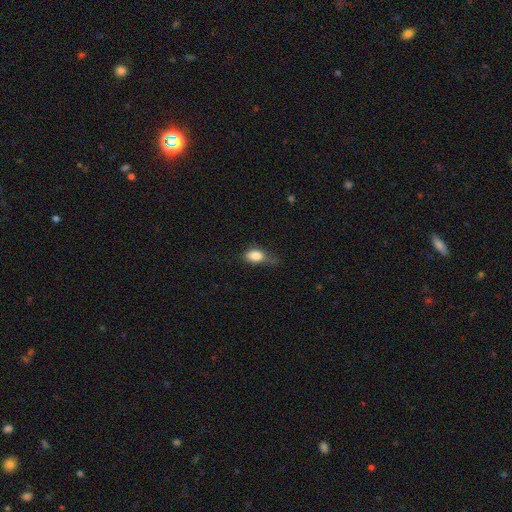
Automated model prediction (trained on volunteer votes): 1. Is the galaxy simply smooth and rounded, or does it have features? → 80% smooth, 11% featured or disk, 9% star or artifact.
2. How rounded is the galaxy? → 78% in between, 18% round, 4% cigar-shaped.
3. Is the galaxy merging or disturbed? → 40% minor disturbance, 33% none, 24% major disturbance, 3% merger.